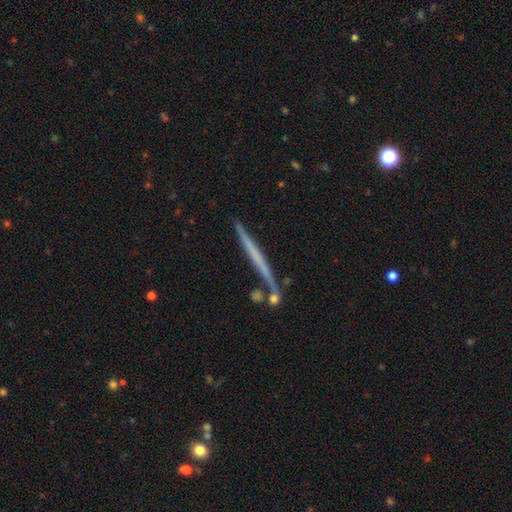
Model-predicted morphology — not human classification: type=featured or disk (56%); edge-on=yes (97%); edge-on bulge=none (87%); merging=none (81%).